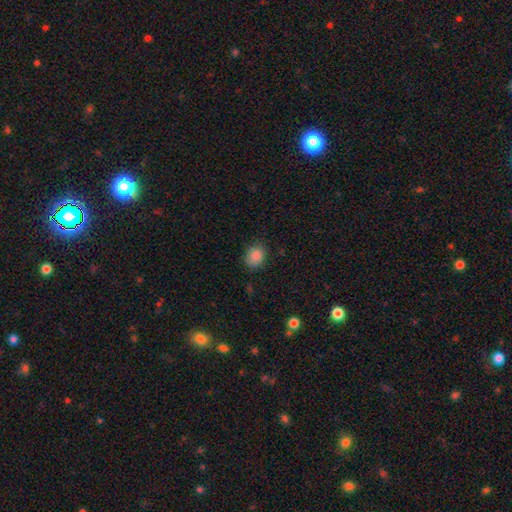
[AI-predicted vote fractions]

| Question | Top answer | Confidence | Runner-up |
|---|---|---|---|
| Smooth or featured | smooth | 86% | star or artifact (9%) |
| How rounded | round | 58% | in between (41%) |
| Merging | none | 79% | minor disturbance (16%) |